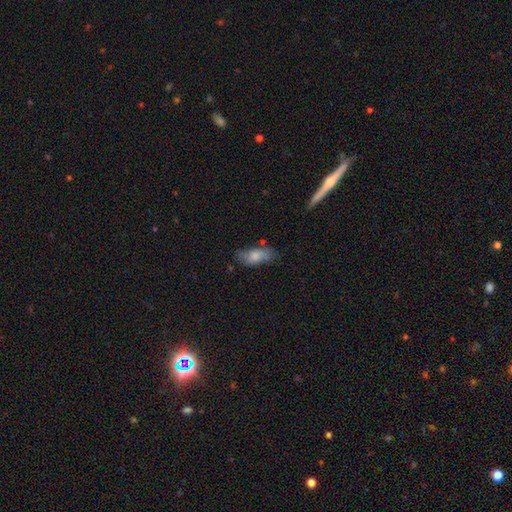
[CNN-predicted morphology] Smooth or featured: smooth — 73% (featured or disk — 20%)
How rounded: in between — 83% (cigar-shaped — 13%)
Merging: none — 64% (minor disturbance — 25%)